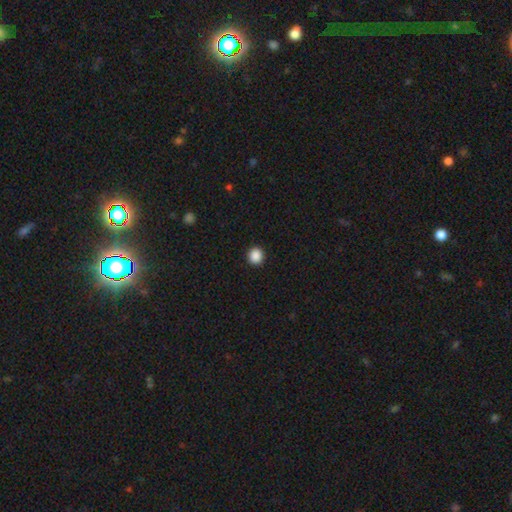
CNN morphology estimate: type=smooth (89%); roundness=round (92%); merging=none (93%).